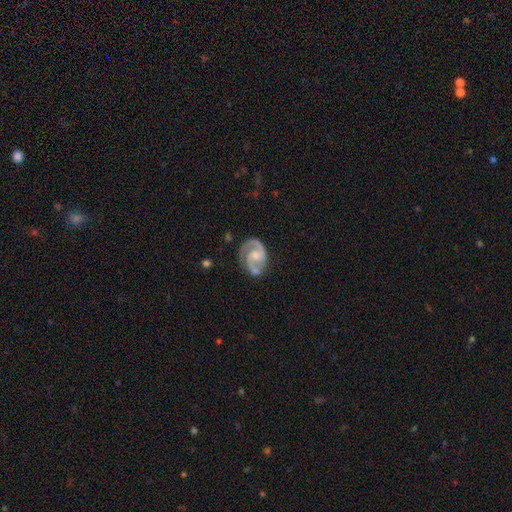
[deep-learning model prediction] Morphology: type=featured or disk (89%); edge-on=no (98%); bar=no (55%); spiral arms=yes (97%); winding=medium (53%); arm count=2 (87%); bulge=moderate (46%); merging=none (66%).